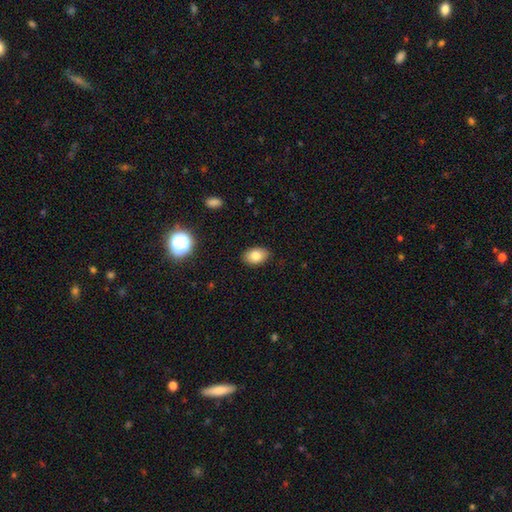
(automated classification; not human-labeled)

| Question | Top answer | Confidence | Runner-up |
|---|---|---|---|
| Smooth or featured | smooth | 82% | star or artifact (10%) |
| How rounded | in between | 86% | round (13%) |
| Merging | none | 87% | minor disturbance (10%) |